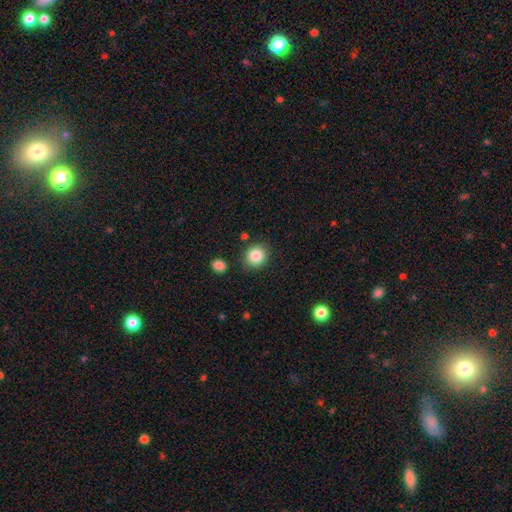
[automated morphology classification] Overall: smooth (86%). How rounded: round (80%). Merging: none (84%).